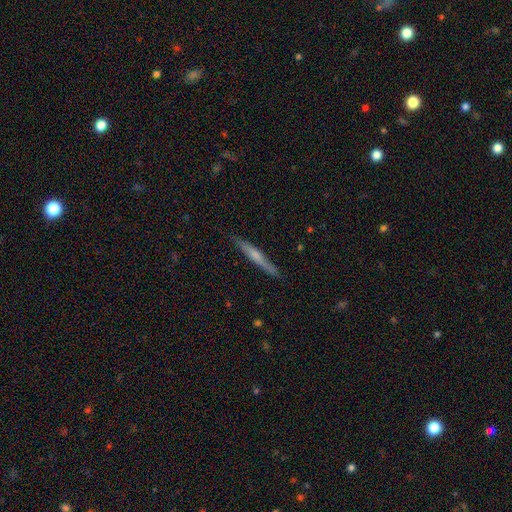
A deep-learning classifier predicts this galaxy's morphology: A featured or disk galaxy (52%) viewed edge-on (96%) with a rounded central bulge (51%). Merging: none (87%).